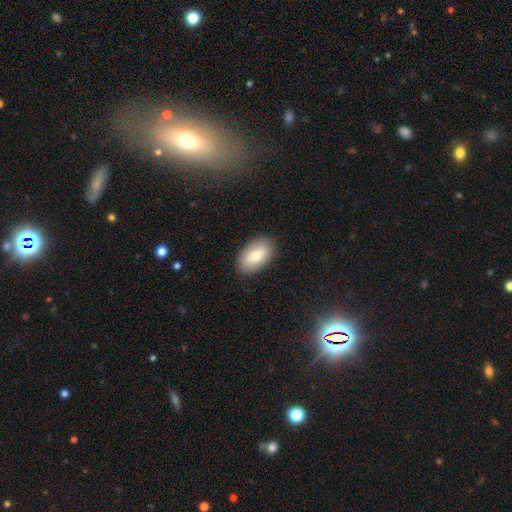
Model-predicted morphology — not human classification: The model was most divided on "smooth or featured": smooth: 80%, featured or disk: 14%, star or artifact: 6%. More confident: how rounded — in between (94%); merging — none (87%).